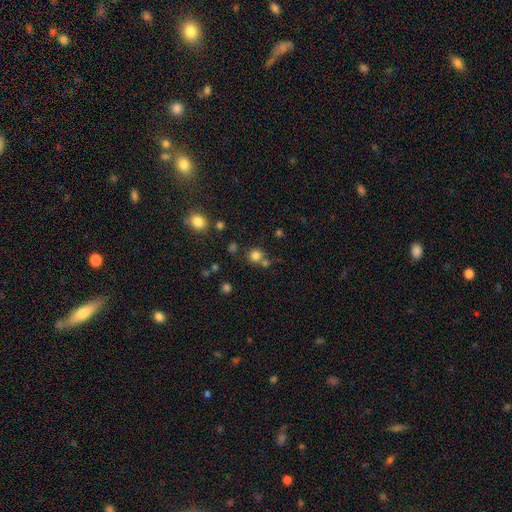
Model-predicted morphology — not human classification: smooth 77%, star or artifact 16%, featured or disk 7%. Down the decision tree: how rounded — round (90%); merging — none (64%).